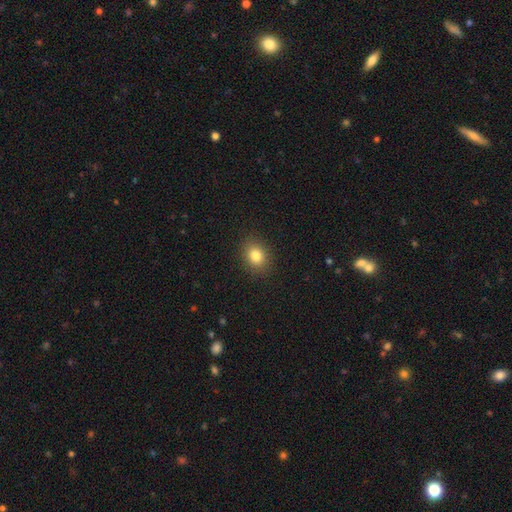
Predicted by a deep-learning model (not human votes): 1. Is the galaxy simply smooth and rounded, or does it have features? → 83% smooth, 11% star or artifact, 6% featured or disk.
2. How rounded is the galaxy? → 58% round, 41% in between, 1% cigar-shaped.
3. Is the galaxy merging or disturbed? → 89% none, 7% minor disturbance, 2% major disturbance, 1% merger.